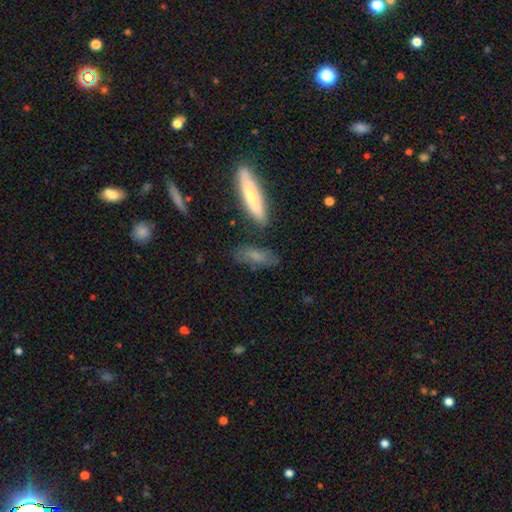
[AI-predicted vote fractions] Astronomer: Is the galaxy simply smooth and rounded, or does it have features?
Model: smooth — 63%.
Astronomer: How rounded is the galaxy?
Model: in between — 50% (runner-up: cigar-shaped, 47%).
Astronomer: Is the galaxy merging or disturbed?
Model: none — 67%.